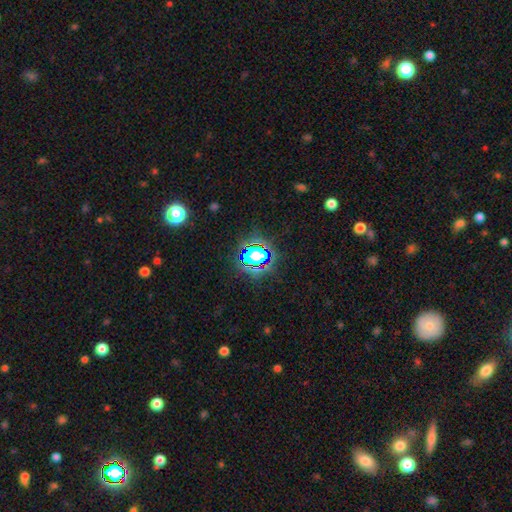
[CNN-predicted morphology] A star or artifact, not a galaxy (64%).